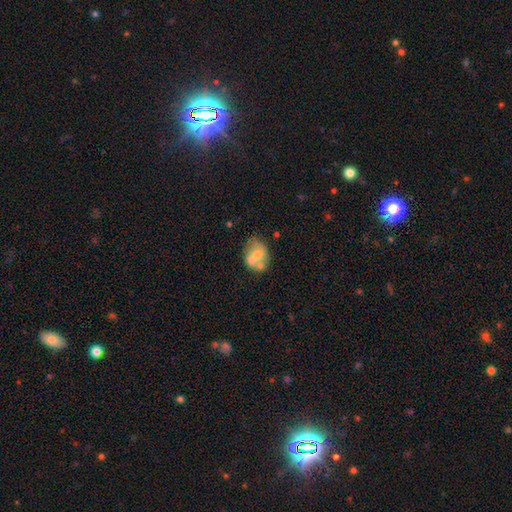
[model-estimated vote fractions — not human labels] Overall: smooth (51%; featured or disk 41%). How rounded: in between (62%; round 36%). Merging: none (38%; merger 35%).